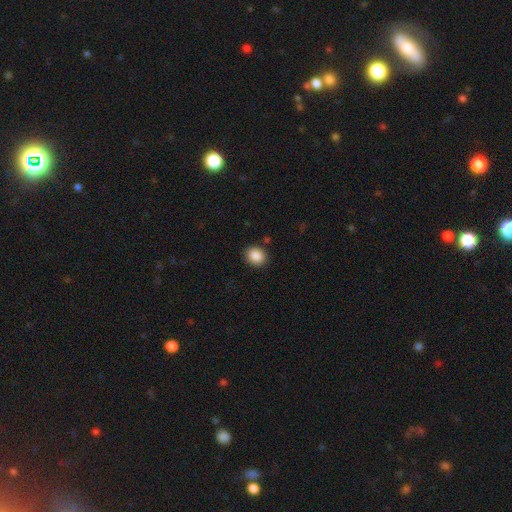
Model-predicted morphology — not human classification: This appears to be a smooth galaxy with no disk features (88%) that is round (63%). Merging: none (88%).